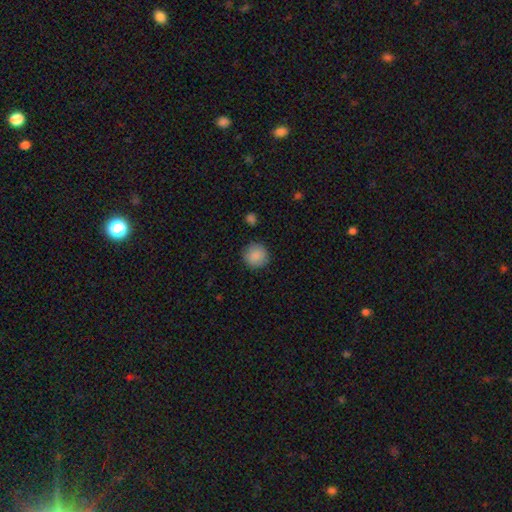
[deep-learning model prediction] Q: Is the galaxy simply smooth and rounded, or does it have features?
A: smooth — 89%.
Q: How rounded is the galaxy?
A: round — 94%.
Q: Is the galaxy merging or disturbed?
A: none — 89%.